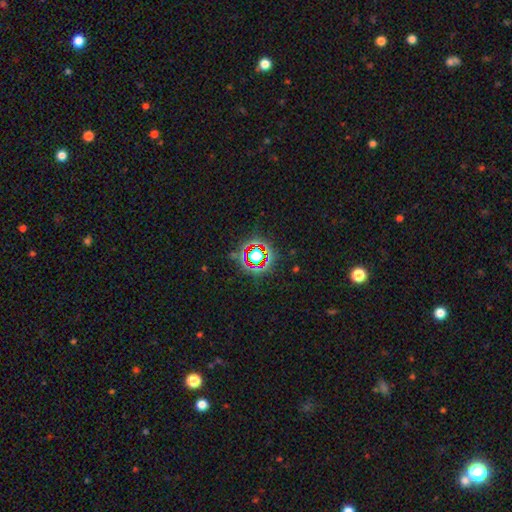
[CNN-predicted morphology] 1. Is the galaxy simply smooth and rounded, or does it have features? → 67% star or artifact, 20% smooth, 13% featured or disk.